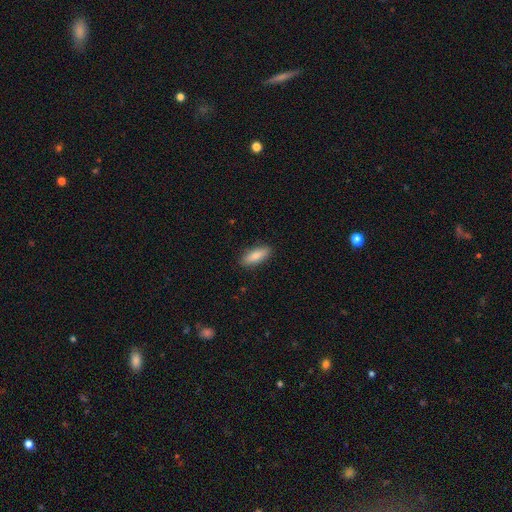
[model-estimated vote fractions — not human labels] This is clearly a smooth galaxy (85%). How rounded: likely in between (68%). Merging: clearly none (88%).